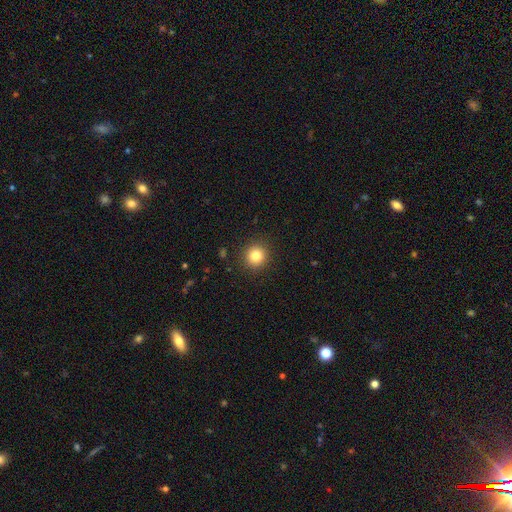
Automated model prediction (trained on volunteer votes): This appears to be a smooth galaxy with no disk features (83%) that is round (92%). Merging: none (91%).